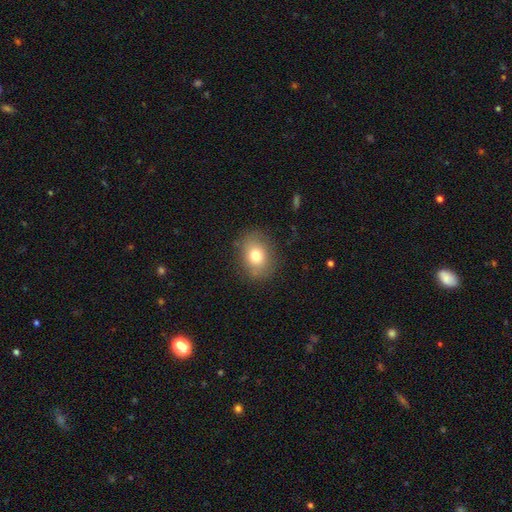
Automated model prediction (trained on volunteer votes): smooth_or_featured: smooth (p=0.76) [alt: featured or disk p=0.13]
how_rounded: in between (p=0.56) [alt: round p=0.43]
merging: none (p=0.83) [alt: minor disturbance p=0.12]